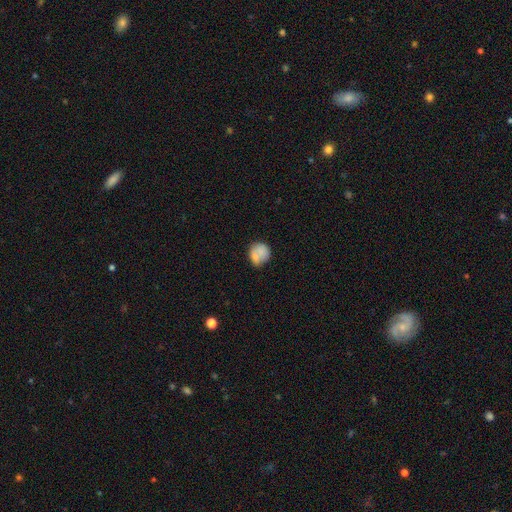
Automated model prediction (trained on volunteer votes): Overall: smooth (73%). How rounded: round (78%). Merging: none (51%; merger 21%).